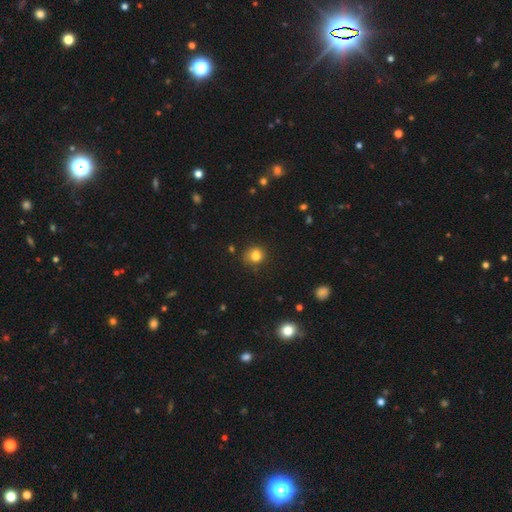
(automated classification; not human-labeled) Q: Smooth or featured?
A: smooth (81%); runner-up: star or artifact (13%)
Q: How rounded?
A: round (78%); runner-up: in between (21%)
Q: Merging?
A: none (73%); runner-up: minor disturbance (19%)